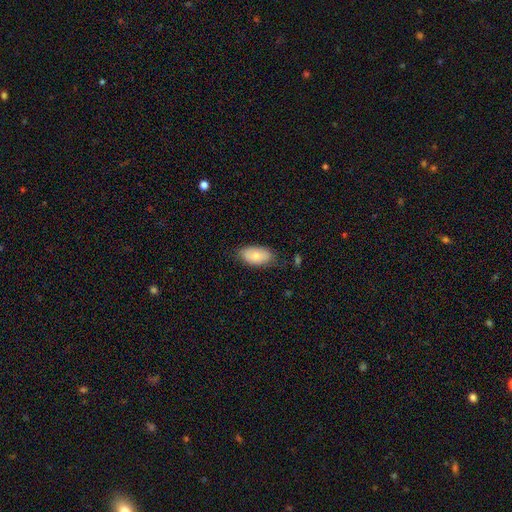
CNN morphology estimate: smooth_or_featured: smooth (p=0.77) [alt: featured or disk p=0.16]
how_rounded: in between (p=0.94) [alt: round p=0.04]
merging: none (p=0.76) [alt: minor disturbance p=0.19]